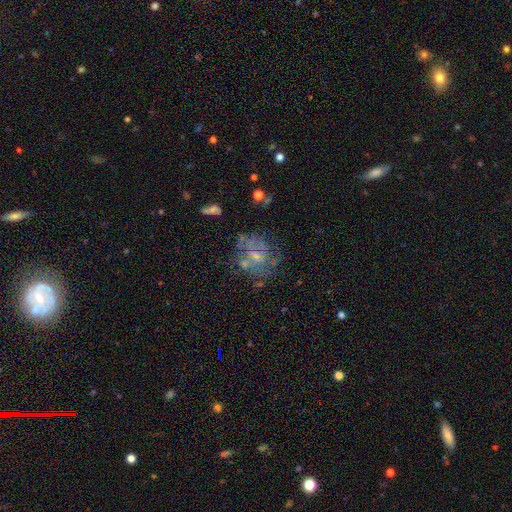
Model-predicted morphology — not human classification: A featured or disk galaxy (63%) with no bar (64%), spiral arms (50%, tied with no) and a small central bulge (47%).

Vote fractions:
- Smooth or featured? featured or disk: 63% / smooth: 21% / star or artifact: 17%
- Edge-on disk? no: 97% / yes: 3%
- Bar? no: 64% / weak: 29% / strong: 7%
- Spiral arms? yes: 50% (tied) / no: 50% (tied)
- Bulge size? small: 47% / moderate: 28% / none: 21% / large: 2% / dominant: 1%
- Merging? none: 53% / major disturbance: 19% / minor disturbance: 19% / merger: 10%